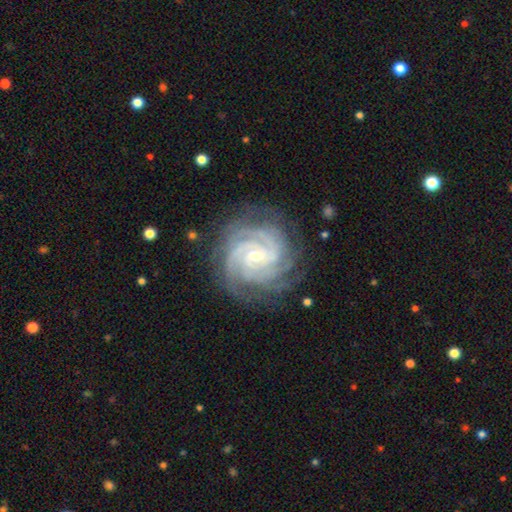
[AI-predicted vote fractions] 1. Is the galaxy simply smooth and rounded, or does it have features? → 91% featured or disk, 5% star or artifact, 4% smooth.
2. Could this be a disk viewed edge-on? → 98% no, 2% yes.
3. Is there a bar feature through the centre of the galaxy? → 42% no (tied), 42% weak (tied), 16% strong.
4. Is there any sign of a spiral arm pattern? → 99% yes, 1% no.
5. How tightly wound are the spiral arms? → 78% tight, 19% medium, 2% loose.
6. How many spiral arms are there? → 37% 4, 19% 3, 15% more than 4, 14% can't tell, 8% 2, 6% 1.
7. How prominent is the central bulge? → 70% small, 27% moderate, 1% large, 1% none, 1% dominant.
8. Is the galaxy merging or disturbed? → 80% none, 14% minor disturbance, 5% major disturbance, 1% merger.